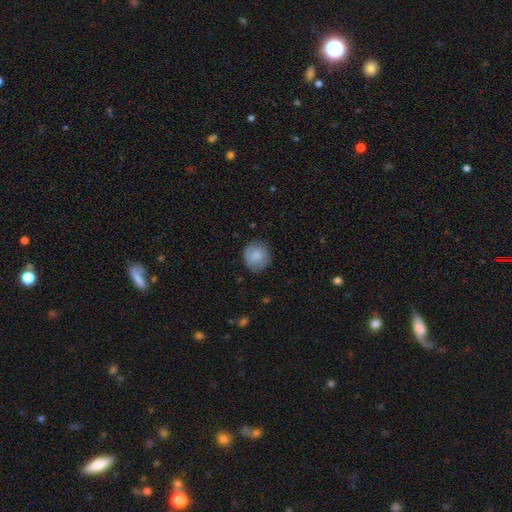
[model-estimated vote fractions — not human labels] Overall: smooth (82%). How rounded: round (83%). Merging: none (82%).